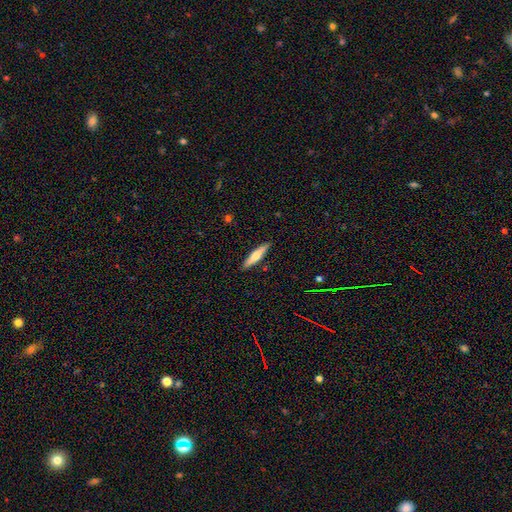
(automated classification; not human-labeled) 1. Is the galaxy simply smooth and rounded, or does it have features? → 53% smooth, 41% featured or disk, 6% star or artifact.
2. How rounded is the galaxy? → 85% cigar-shaped, 13% in between, 1% round.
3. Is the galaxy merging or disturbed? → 90% none, 7% minor disturbance, 2% major disturbance, 1% merger.